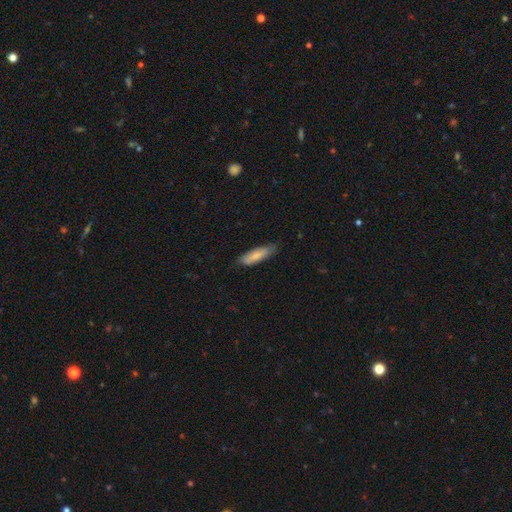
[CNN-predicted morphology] Smooth or featured?
  - smooth: 78% *
  - featured or disk: 17%
  - star or artifact: 5%
How rounded?
  - cigar-shaped: 54% *
  - in between: 45%
  - round: 2%
Merging?
  - none: 77% *
  - minor disturbance: 19%
  - major disturbance: 3%
  - merger: 1%